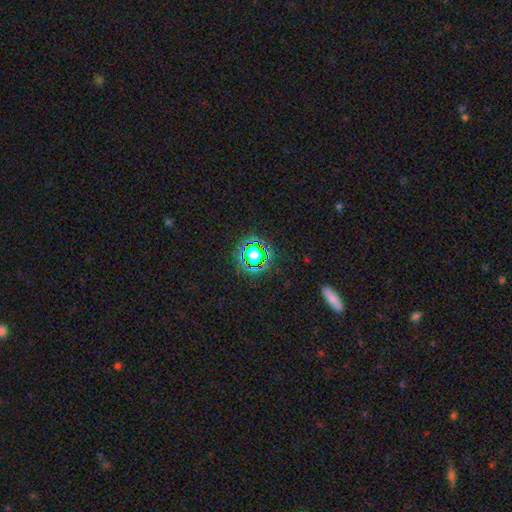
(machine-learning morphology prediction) This is likely a star or artifact rather than a galaxy (70%).